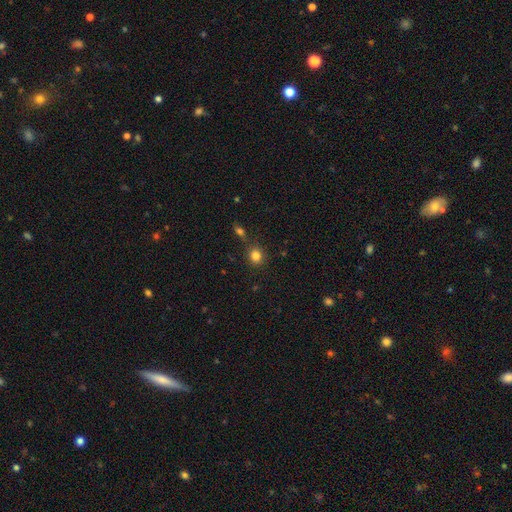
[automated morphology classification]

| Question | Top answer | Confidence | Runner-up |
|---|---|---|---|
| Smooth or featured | smooth | 82% | star or artifact (12%) |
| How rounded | round | 84% | in between (15%) |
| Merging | none | 80% | minor disturbance (9%) |